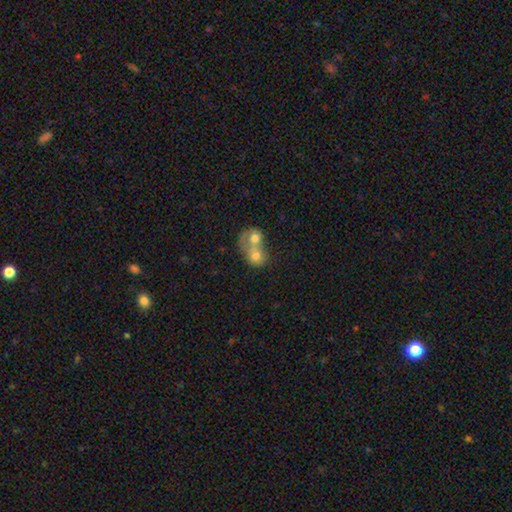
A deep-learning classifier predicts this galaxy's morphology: Smooth or featured? smooth (67%)
How rounded? round (63%)
Merging? merger (81%)